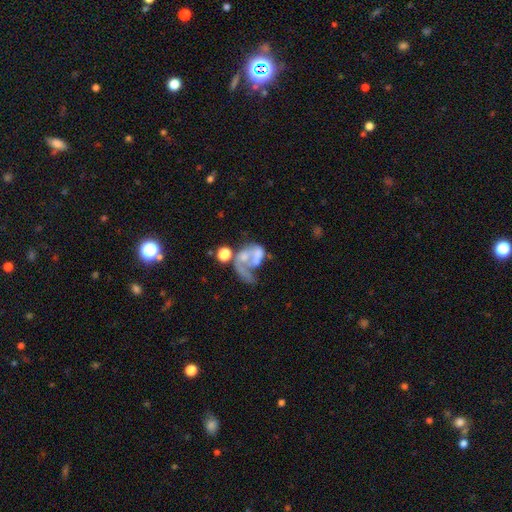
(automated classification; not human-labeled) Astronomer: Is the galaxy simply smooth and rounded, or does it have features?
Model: featured or disk — 56% (runner-up: smooth, 31%).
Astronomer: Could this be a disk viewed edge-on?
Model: no — 97%.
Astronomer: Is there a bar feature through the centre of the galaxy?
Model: no — 84%.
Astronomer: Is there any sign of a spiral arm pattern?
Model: no — 74%.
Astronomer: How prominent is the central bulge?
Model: none — 60%.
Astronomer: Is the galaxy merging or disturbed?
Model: major disturbance — 38% (runner-up: merger, 35%).